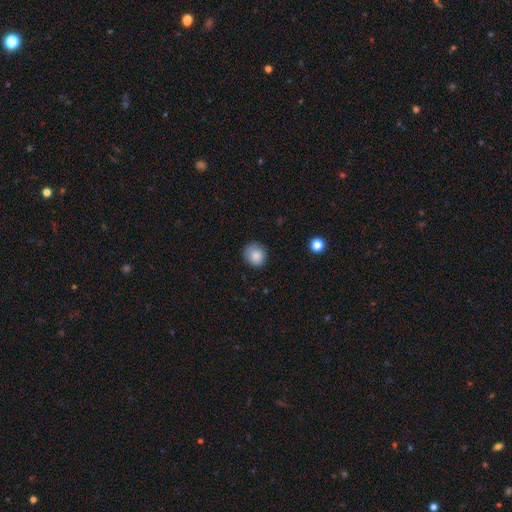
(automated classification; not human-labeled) Overall: smooth (86%). How rounded: round (83%). Merging: none (76%).